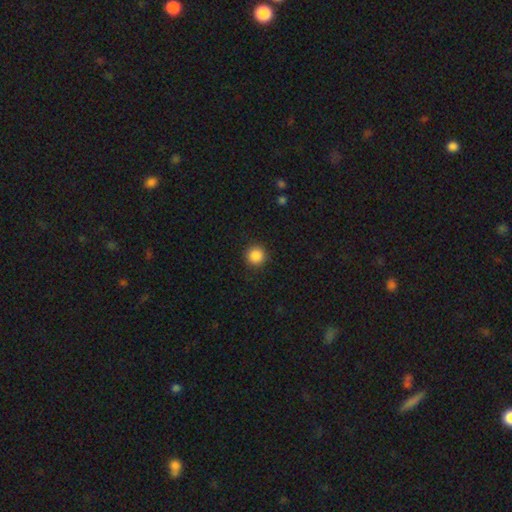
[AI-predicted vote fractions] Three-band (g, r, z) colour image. It shows a smooth galaxy with no disk features (88%) that is round (94%). Merging: none (91%).